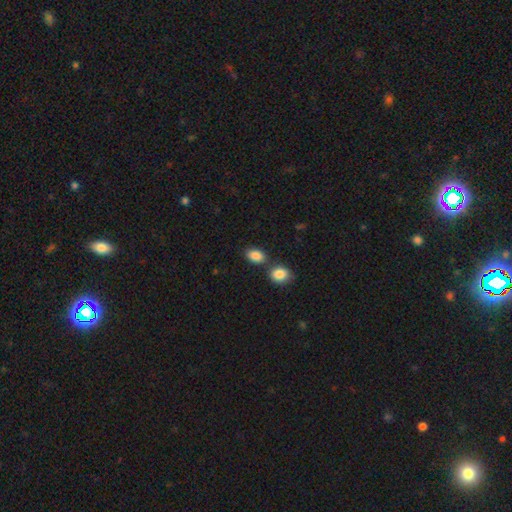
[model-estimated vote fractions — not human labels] smooth-or-featured: smooth: 87% | star or artifact: 8% | featured or disk: 4%
  how-rounded: in between: 84% | round: 14% | cigar-shaped: 2%
  merging: none: 62% | merger: 24% | minor disturbance: 12% | major disturbance: 3%